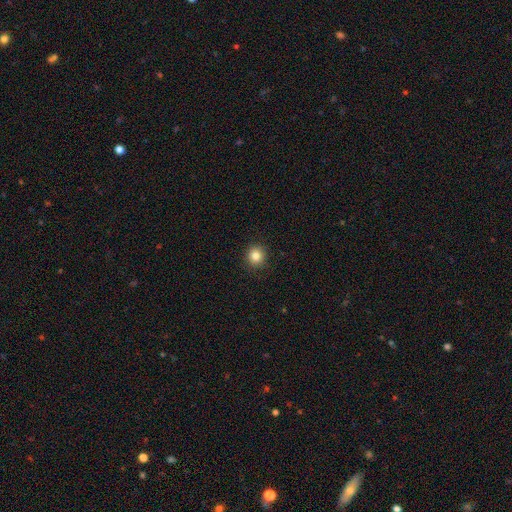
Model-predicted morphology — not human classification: Smooth or featured?
  - smooth: 84% *
  - star or artifact: 11%
  - featured or disk: 5%
How rounded?
  - round: 92% *
  - in between: 7%
  - cigar-shaped: 1%
Merging?
  - none: 91% *
  - minor disturbance: 6%
  - major disturbance: 2%
  - merger: 1%